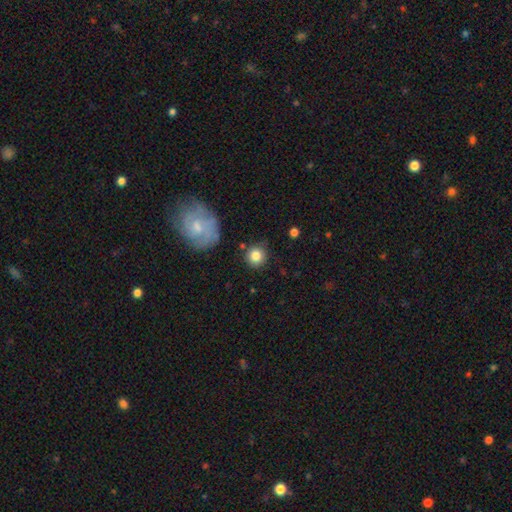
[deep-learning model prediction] This is clearly a smooth galaxy (83%). How rounded: clearly round (93%). Merging: clearly none (83%).